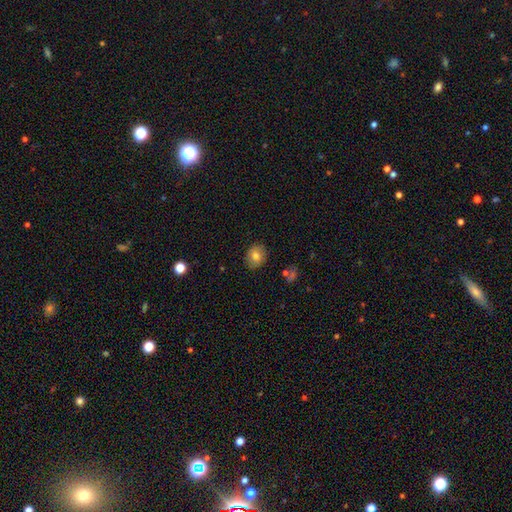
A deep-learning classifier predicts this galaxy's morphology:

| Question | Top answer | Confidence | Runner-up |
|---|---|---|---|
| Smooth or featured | smooth | 77% | featured or disk (14%) |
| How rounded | round | 54% | in between (45%) |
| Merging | none | 85% | minor disturbance (11%) |